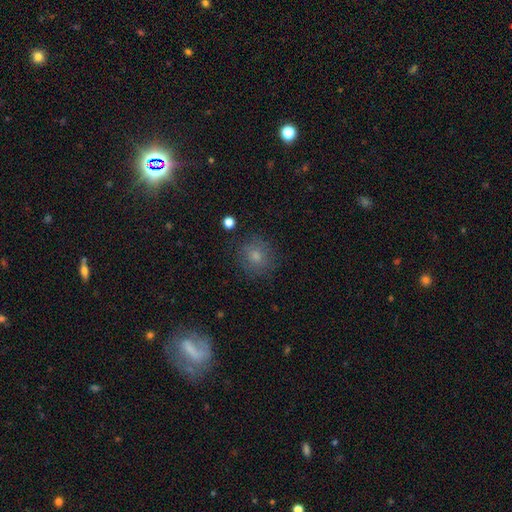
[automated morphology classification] Q: Smooth or featured?
A: smooth (73%); runner-up: star or artifact (13%)
Q: How rounded?
A: round (85%); runner-up: in between (14%)
Q: Merging?
A: none (80%); runner-up: minor disturbance (13%)